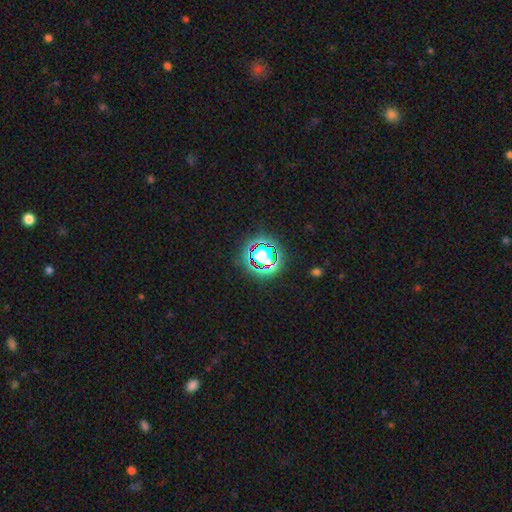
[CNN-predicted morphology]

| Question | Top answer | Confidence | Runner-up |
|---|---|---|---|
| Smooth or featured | star or artifact | 66% | smooth (23%) |